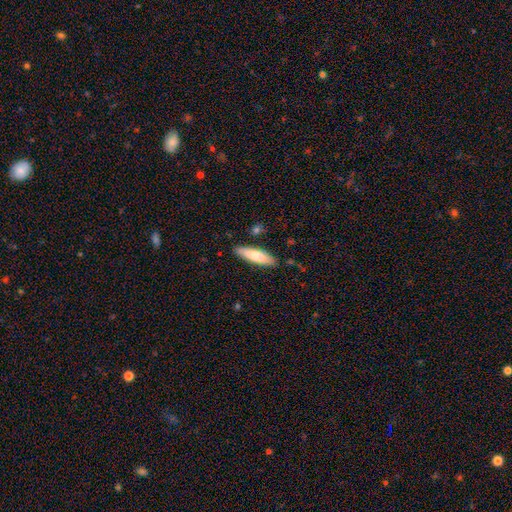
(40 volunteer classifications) A smooth galaxy with no disk features (72%) that is cigar-shaped (55%). Merging: none (84%).